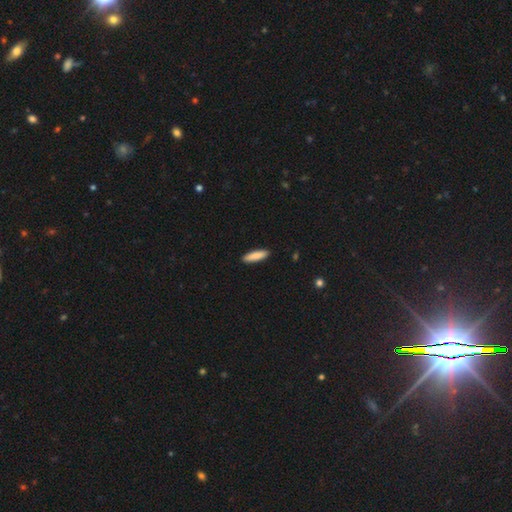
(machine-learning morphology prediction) smooth 87%, featured or disk 7%, star or artifact 6%. Down the decision tree: how rounded — cigar-shaped (68%); merging — none (91%).